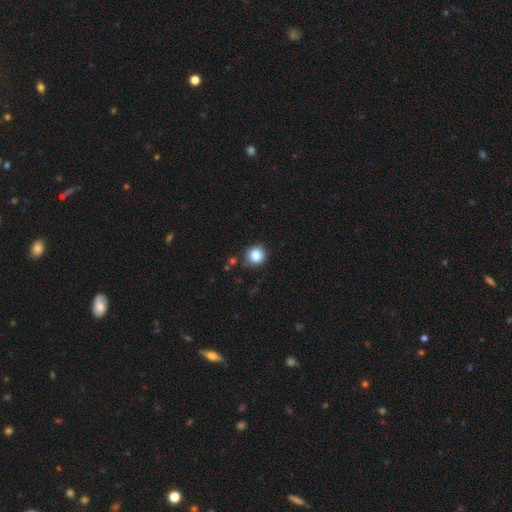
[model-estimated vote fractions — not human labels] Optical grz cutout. It shows a smooth galaxy with no disk features (84%) that is round (92%). Merging: none (86%).